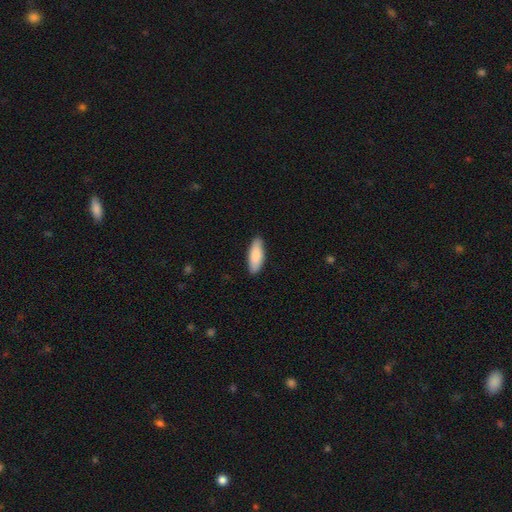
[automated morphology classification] Overall: smooth (87%). How rounded: in between (67%; cigar-shaped 32%). Merging: none (88%).